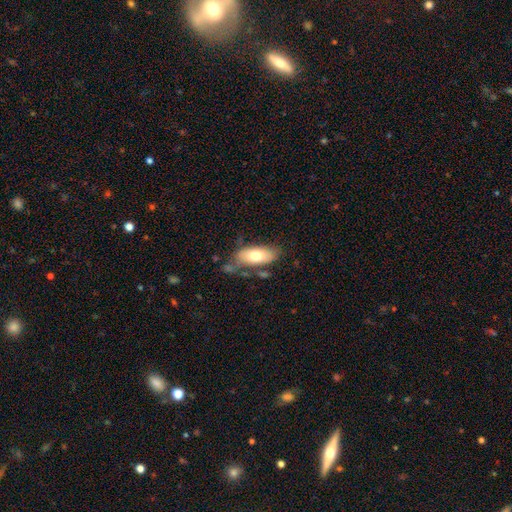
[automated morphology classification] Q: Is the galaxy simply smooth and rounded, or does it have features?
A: smooth — 71%.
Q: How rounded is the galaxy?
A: in between — 86%.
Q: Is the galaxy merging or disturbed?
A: none — 60%.